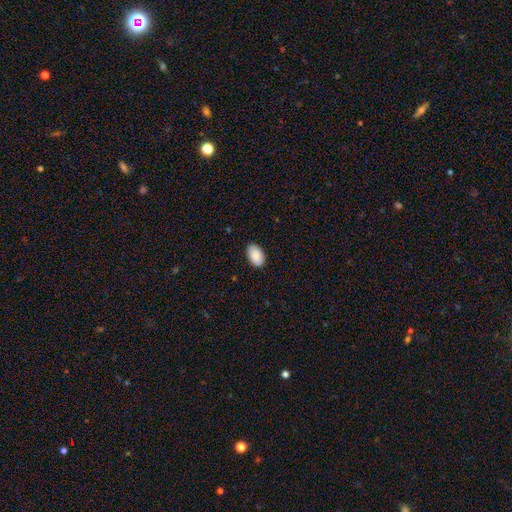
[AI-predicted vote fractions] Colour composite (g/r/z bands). It shows a smooth galaxy with no disk features (90%) that is in between round and cigar-shaped (93%). Merging: none (88%).